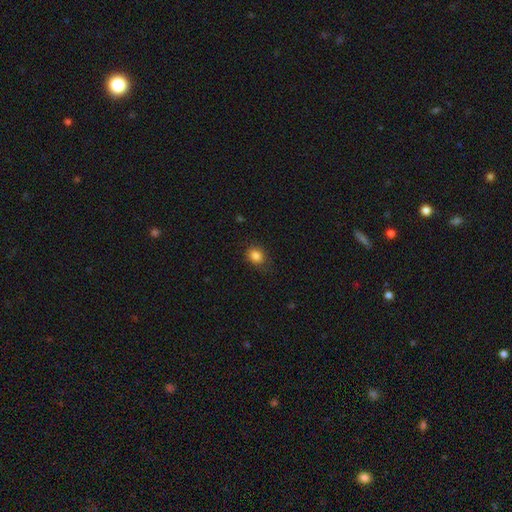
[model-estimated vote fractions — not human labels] Smooth or featured? Predicted: smooth (p=0.85). How rounded? Predicted: round (p=0.66). Merging? Predicted: none (p=0.79).